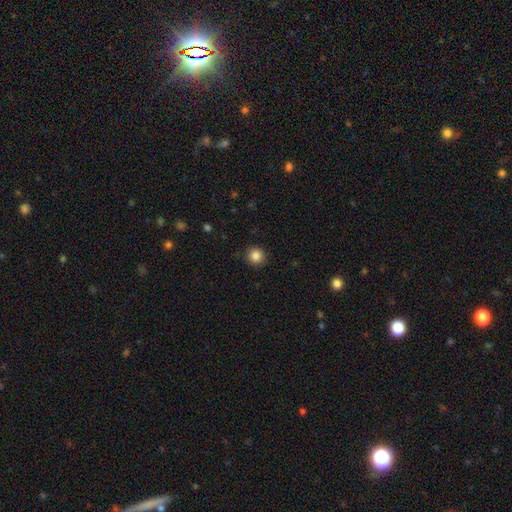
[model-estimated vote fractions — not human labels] Q: Smooth or featured?
A: smooth (86%); runner-up: star or artifact (10%)
Q: How rounded?
A: round (93%); runner-up: in between (6%)
Q: Merging?
A: none (91%); runner-up: minor disturbance (6%)